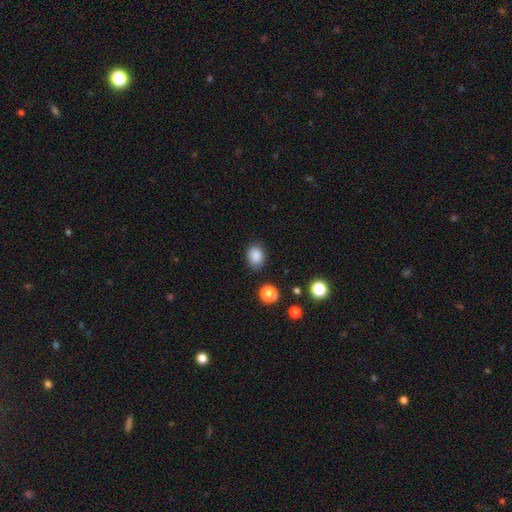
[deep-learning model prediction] This is clearly a smooth galaxy (87%). How rounded: likely in between (65%). Merging: clearly none (83%).